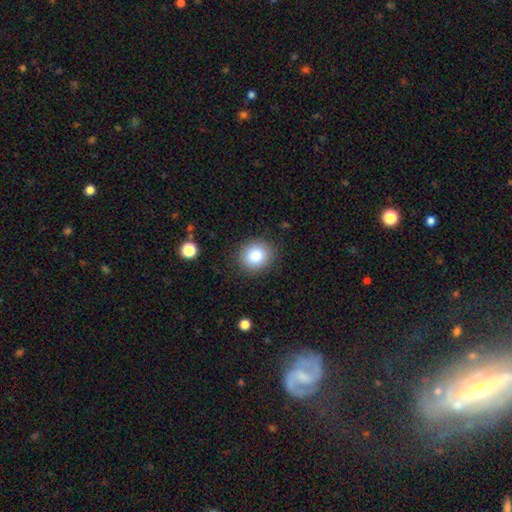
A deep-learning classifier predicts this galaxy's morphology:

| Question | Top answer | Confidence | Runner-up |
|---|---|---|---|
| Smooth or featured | smooth | 83% | star or artifact (10%) |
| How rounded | round | 85% | in between (14%) |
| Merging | none | 88% | minor disturbance (8%) |